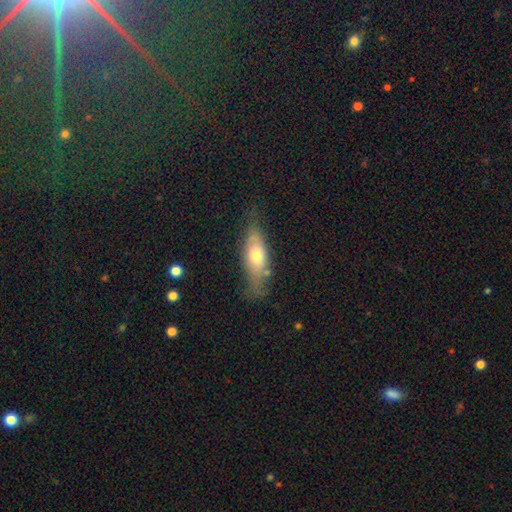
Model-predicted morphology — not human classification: A smooth galaxy with no disk features (57%) that is in between round and cigar-shaped (64%). Merging: none (62%).